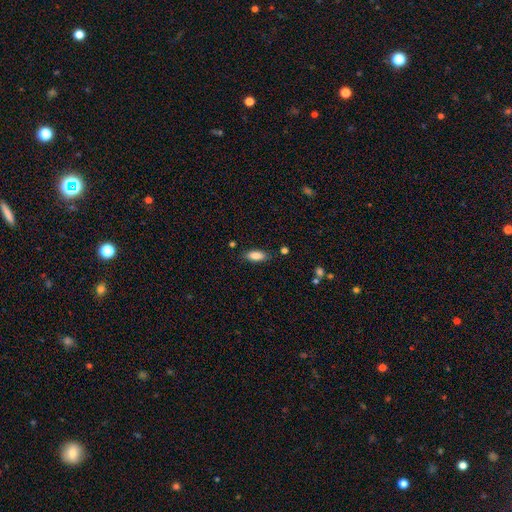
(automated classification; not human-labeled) Smooth or featured? Predicted: smooth (p=0.85). How rounded? Predicted: in between (p=0.79). Merging? Predicted: none (p=0.82).